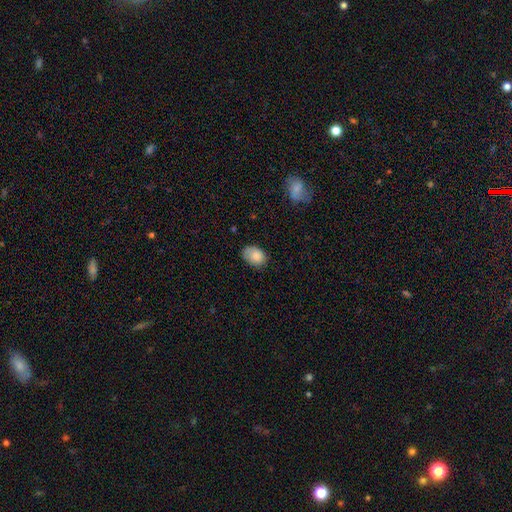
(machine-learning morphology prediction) type=smooth (85%); roundness=in between (76%); merging=none (68%).